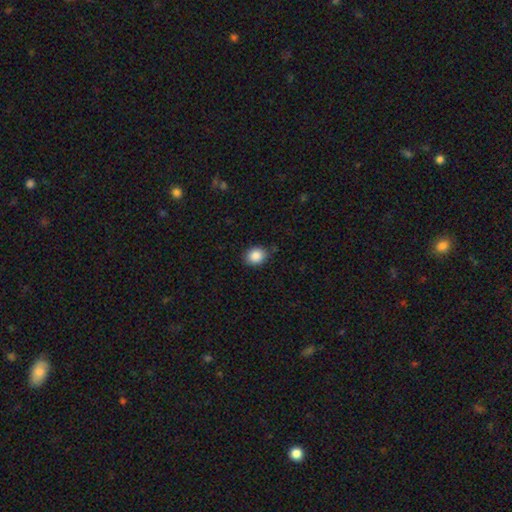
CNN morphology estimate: smooth_or_featured: smooth (p=0.87) [alt: star or artifact p=0.09]
how_rounded: round (p=0.55) [alt: in between p=0.44]
merging: none (p=0.83) [alt: minor disturbance p=0.13]